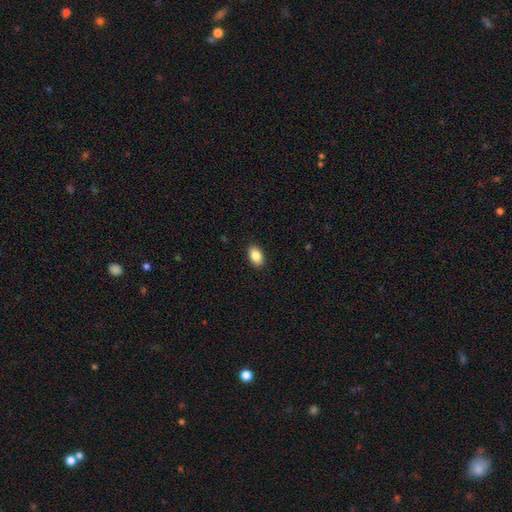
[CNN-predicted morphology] Q: Smooth or featured?
A: smooth (86%); runner-up: star or artifact (8%)
Q: How rounded?
A: in between (89%); runner-up: round (9%)
Q: Merging?
A: none (90%); runner-up: minor disturbance (7%)